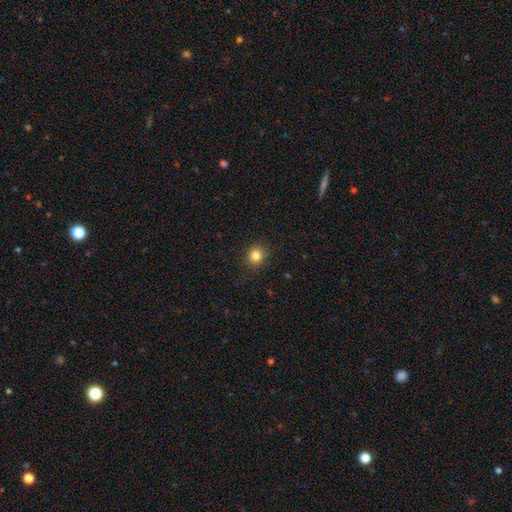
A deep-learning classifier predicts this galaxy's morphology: A smooth galaxy with no disk features (83%) that is round (83%).

Vote fractions:
- Smooth or featured? smooth: 83% / star or artifact: 12% / featured or disk: 5%
- How rounded? round: 83% / in between: 16% / cigar-shaped: 1%
- Merging? none: 88% / minor disturbance: 9% / major disturbance: 2% / merger: 1%